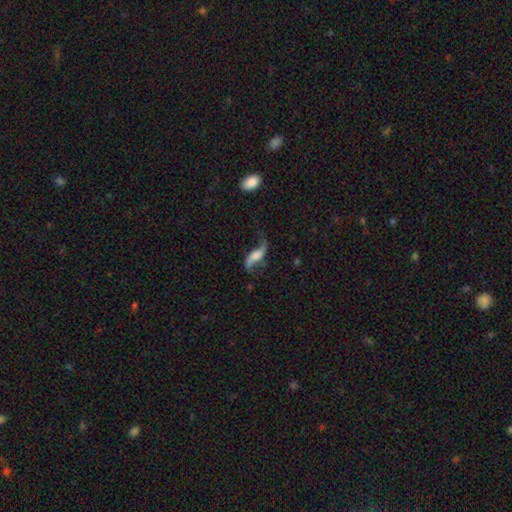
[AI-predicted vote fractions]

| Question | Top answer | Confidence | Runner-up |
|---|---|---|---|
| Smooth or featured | featured or disk | 76% | smooth (16%) |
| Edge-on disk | no | 86% | yes (14%) |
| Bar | no | 48% | weak (33%) |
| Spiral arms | yes | 93% | no (7%) |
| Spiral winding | loose | 90% | medium (8%) |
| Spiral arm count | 2 | 91% | 1 (4%) |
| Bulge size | moderate | 26% | large (25%) |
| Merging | none | 63% | minor disturbance (19%) |